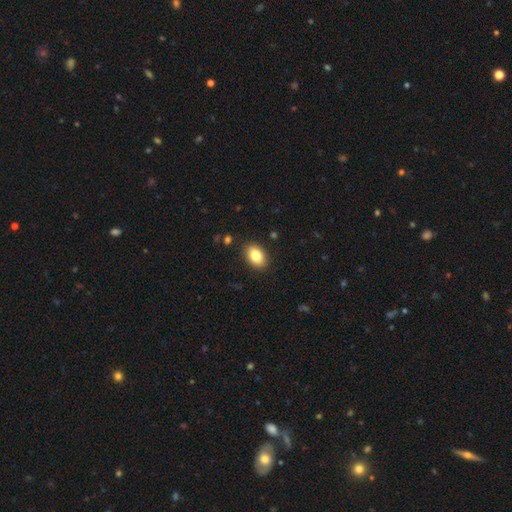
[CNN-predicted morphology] This is clearly a smooth galaxy (83%). How rounded: clearly in between (88%). Merging: clearly none (88%).